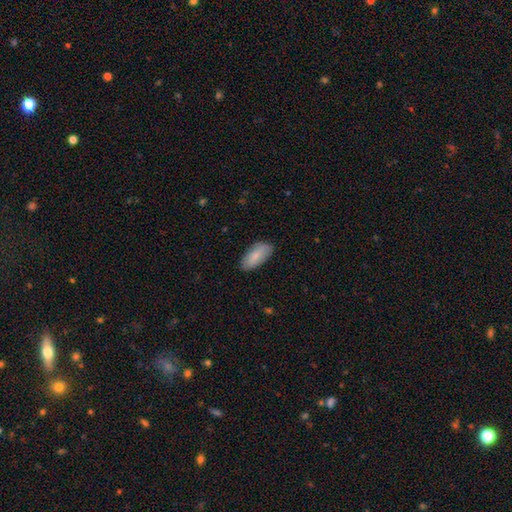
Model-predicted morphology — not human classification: Smooth or featured?
  - smooth: 85% *
  - featured or disk: 10%
  - star or artifact: 5%
How rounded?
  - in between: 90% *
  - cigar-shaped: 9%
  - round: 2%
Merging?
  - none: 85% *
  - minor disturbance: 11%
  - major disturbance: 2%
  - merger: 1%